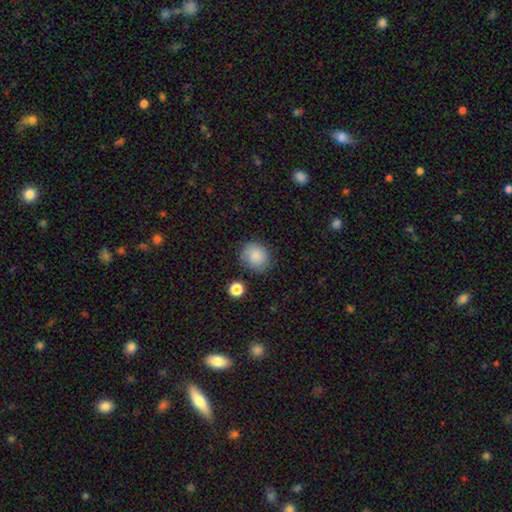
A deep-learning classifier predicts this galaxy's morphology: smooth-or-featured: smooth: 86% | star or artifact: 8% | featured or disk: 5%
  how-rounded: round: 71% | in between: 28% | cigar-shaped: 1%
  merging: none: 76% | minor disturbance: 16% | major disturbance: 4% | merger: 4%